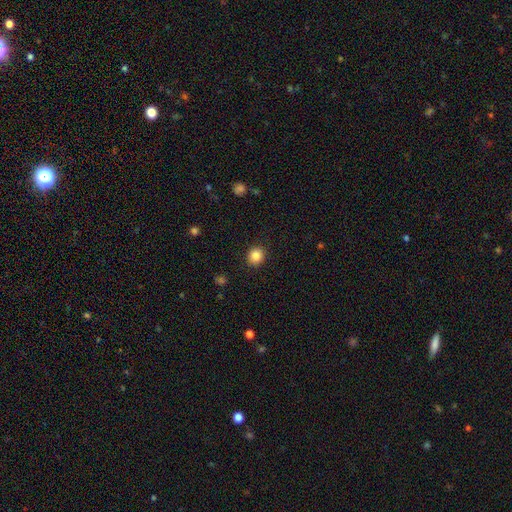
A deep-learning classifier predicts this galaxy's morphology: A smooth galaxy with no disk features (85%) that is round (81%). Merging: none (91%).